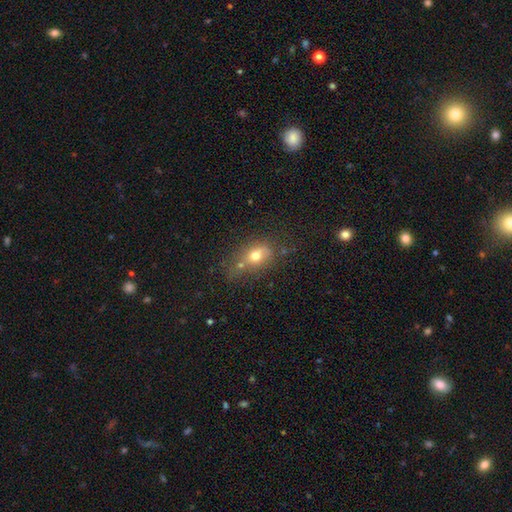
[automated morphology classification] Smooth or featured? smooth (69%)
How rounded? in between (60%)
Merging? none (46%)